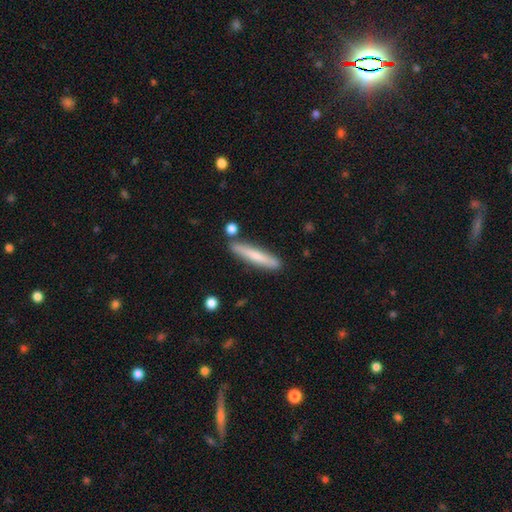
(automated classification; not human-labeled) smooth_or_featured: smooth (p=0.63) [alt: featured or disk p=0.31]
how_rounded: cigar-shaped (p=0.92) [alt: in between p=0.06]
merging: none (p=0.83) [alt: minor disturbance p=0.11]